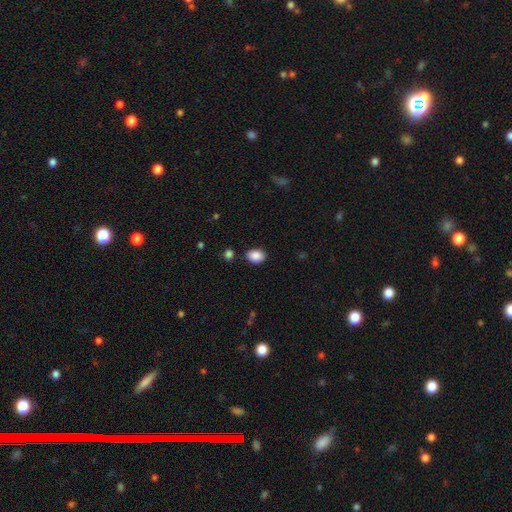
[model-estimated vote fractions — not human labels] This is clearly a smooth galaxy (88%). How rounded: likely in between (76%). Merging: clearly none (83%).